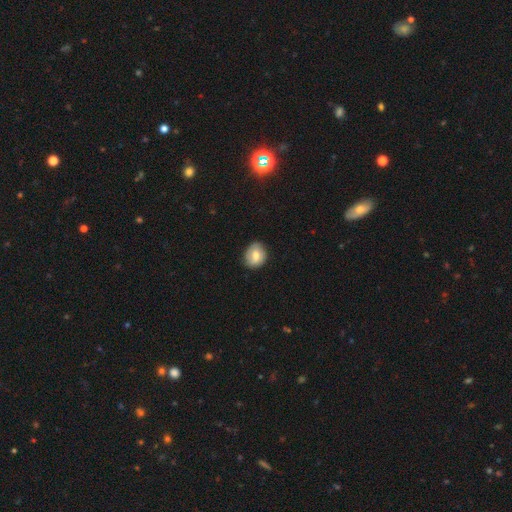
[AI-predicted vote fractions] A smooth galaxy with no disk features (65%) that is round (60%).

Vote fractions:
- Smooth or featured? smooth: 65% / featured or disk: 27% / star or artifact: 8%
- How rounded? round: 60% / in between: 39% / cigar-shaped: 1%
- Merging? none: 80% / minor disturbance: 16% / major disturbance: 3% / merger: 1%